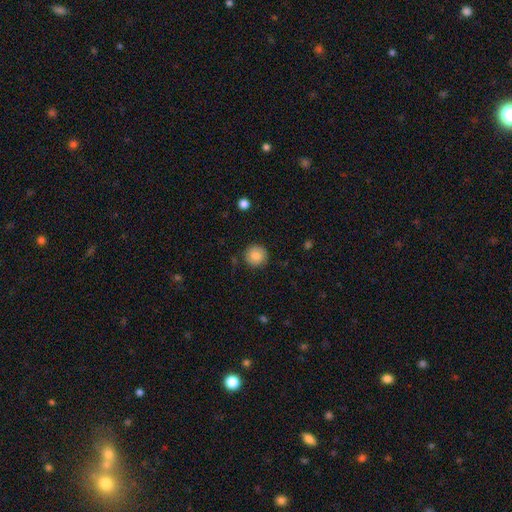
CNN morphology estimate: smooth-or-featured: smooth: 85% | star or artifact: 8% | featured or disk: 8%
  how-rounded: round: 93% | in between: 6% | cigar-shaped: 1%
  merging: none: 87% | minor disturbance: 9% | major disturbance: 3% | merger: 1%